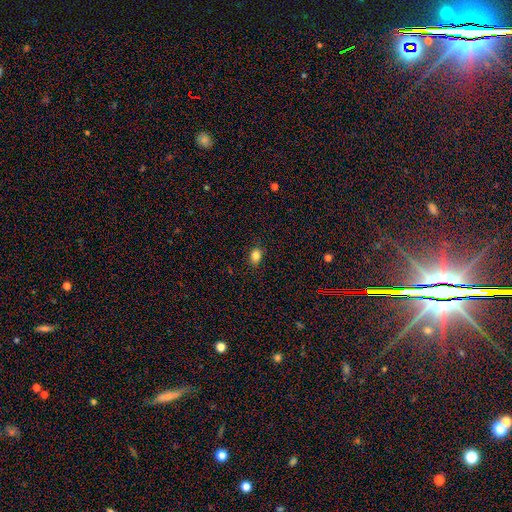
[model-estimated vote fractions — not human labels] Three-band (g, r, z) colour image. It shows a smooth galaxy with no disk features (84%) that is in between round and cigar-shaped (63%). Merging: none (88%).